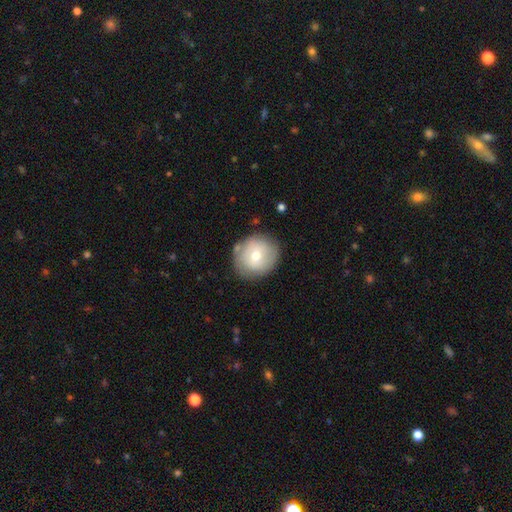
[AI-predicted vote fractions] Morphology: type=smooth (63%); roundness=round (88%); merging=none (79%).